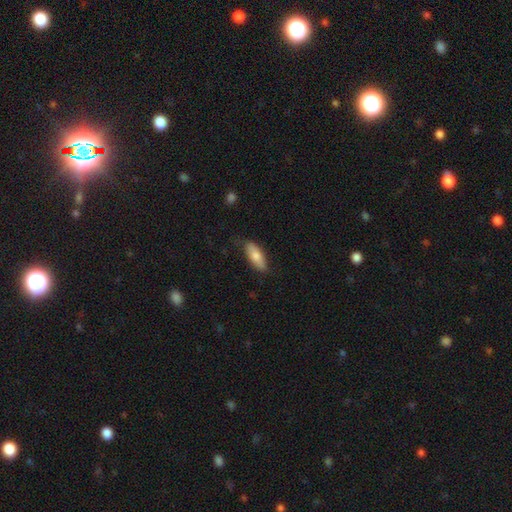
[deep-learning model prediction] Smooth or featured: smooth — 75% (featured or disk — 19%)
How rounded: in between — 72% (cigar-shaped — 26%)
Merging: none — 78% (minor disturbance — 17%)